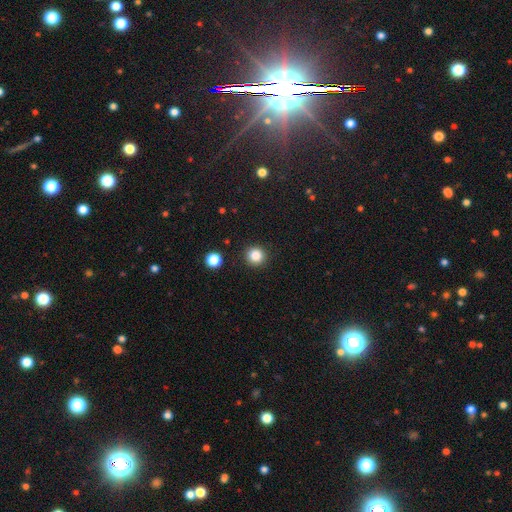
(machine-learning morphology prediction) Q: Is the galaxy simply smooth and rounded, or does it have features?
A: smooth — 85%.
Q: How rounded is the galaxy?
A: round — 94%.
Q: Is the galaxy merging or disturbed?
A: none — 91%.